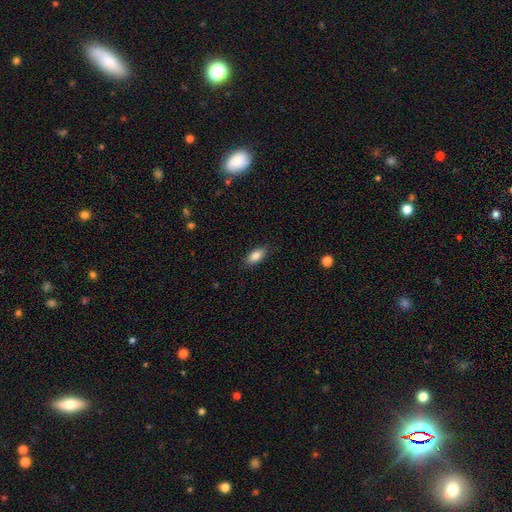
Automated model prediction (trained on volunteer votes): Overall: smooth (84%). How rounded: in between (86%). Merging: none (87%).